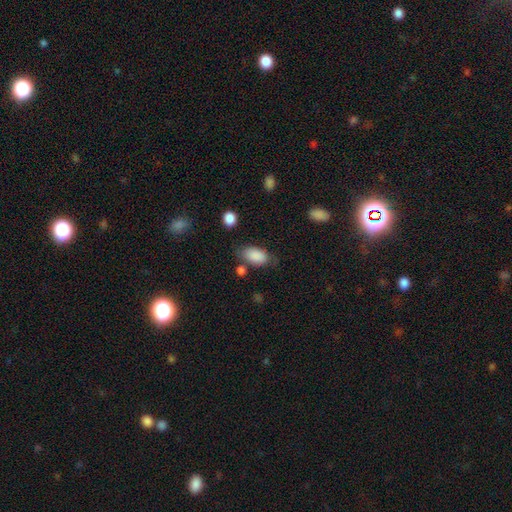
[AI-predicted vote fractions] Smooth or featured? Predicted: smooth (p=0.88). How rounded? Predicted: in between (p=0.93). Merging? Predicted: none (p=0.67).